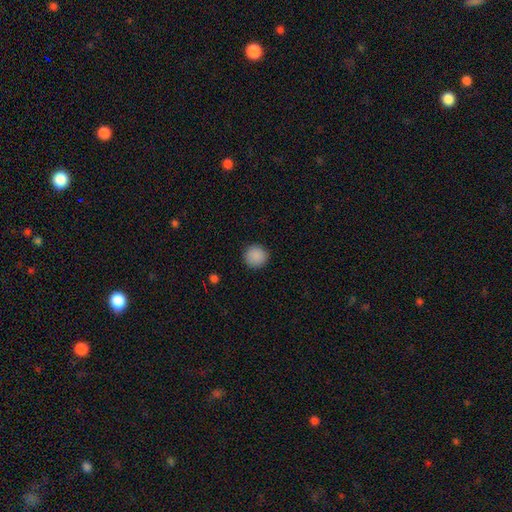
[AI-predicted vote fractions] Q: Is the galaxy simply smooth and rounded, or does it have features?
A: smooth — 89%.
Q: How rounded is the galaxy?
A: round — 95%.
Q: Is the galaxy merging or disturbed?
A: none — 92%.